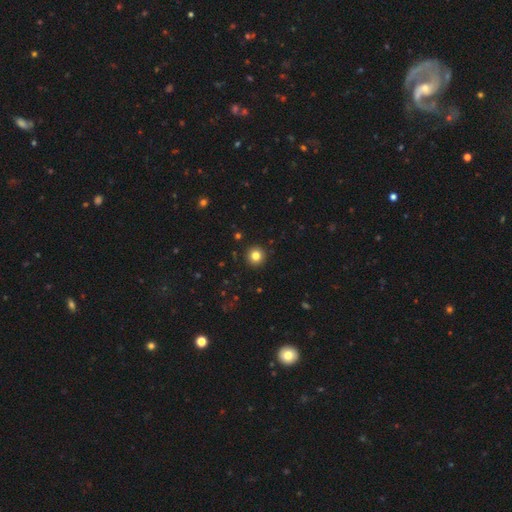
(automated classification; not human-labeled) A smooth galaxy with no disk features (82%) that is round (96%).

Vote fractions:
- Smooth or featured? smooth: 82% / star or artifact: 12% / featured or disk: 6%
- How rounded? round: 96% / in between: 4% / cigar-shaped: 1%
- Merging? none: 93% / minor disturbance: 4% / major disturbance: 2% / merger: 1%